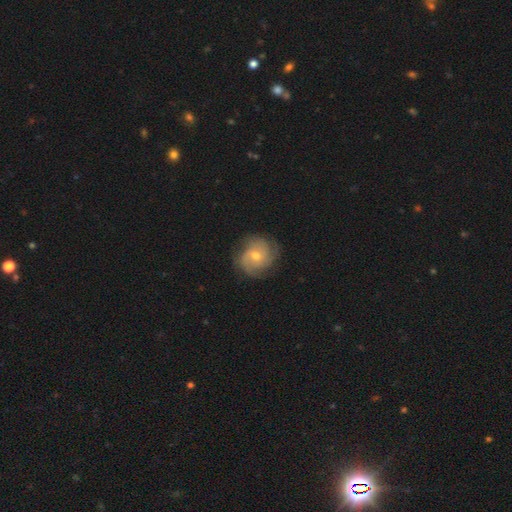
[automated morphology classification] Smooth or featured: featured or disk — 75% (smooth — 18%)
Edge-on disk: no — 98% (yes — 2%)
Bar: no — 66% (weak — 29%)
Spiral arms: yes — 94% (no — 6%)
Spiral winding: tight — 50% (medium — 38%)
Spiral arm count: 3 — 33% (2 — 26%)
Bulge size: moderate — 53% (small — 43%)
Merging: none — 78% (minor disturbance — 15%)